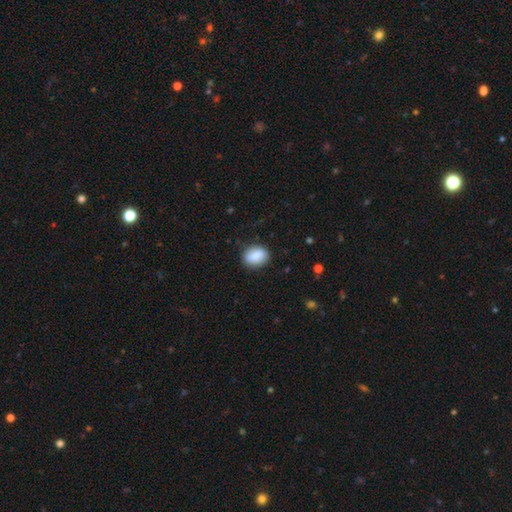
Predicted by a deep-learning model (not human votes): The model was most divided on "how rounded": in between: 67%, round: 31%, cigar-shaped: 1%. More confident: smooth or featured — smooth (88%); merging — none (82%).